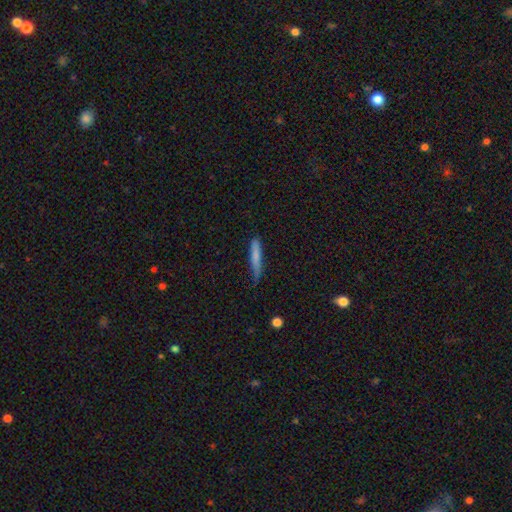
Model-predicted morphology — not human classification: Smooth or featured? smooth (75%)
How rounded? cigar-shaped (92%)
Merging? none (66%)